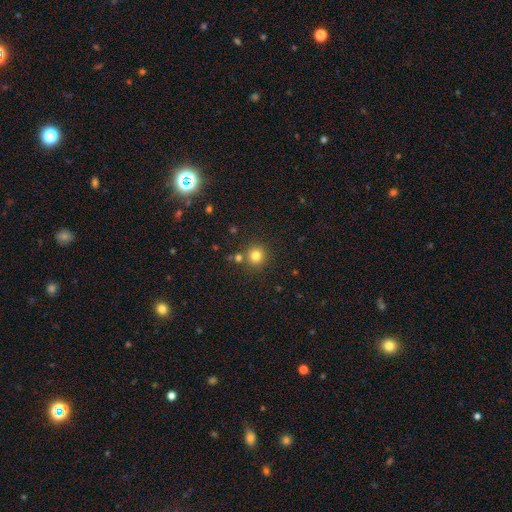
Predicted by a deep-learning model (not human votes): Q: Smooth or featured?
A: smooth (79%); runner-up: star or artifact (14%)
Q: How rounded?
A: round (92%); runner-up: in between (7%)
Q: Merging?
A: none (80%); runner-up: merger (10%)